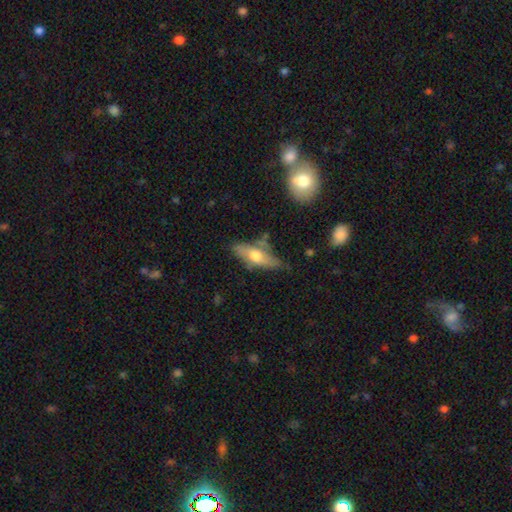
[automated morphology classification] Smooth or featured? smooth (48%)
Merging? none (55%)